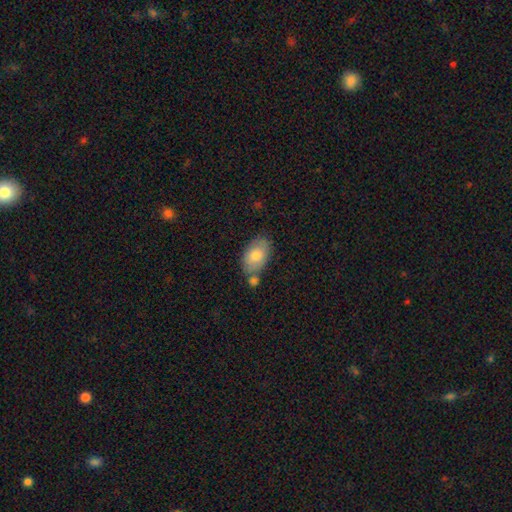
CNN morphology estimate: smooth-or-featured: smooth: 77% | featured or disk: 17% | star or artifact: 6%
  how-rounded: in between: 91% | round: 7% | cigar-shaped: 1%
  merging: none: 59% | merger: 19% | minor disturbance: 17% | major disturbance: 5%